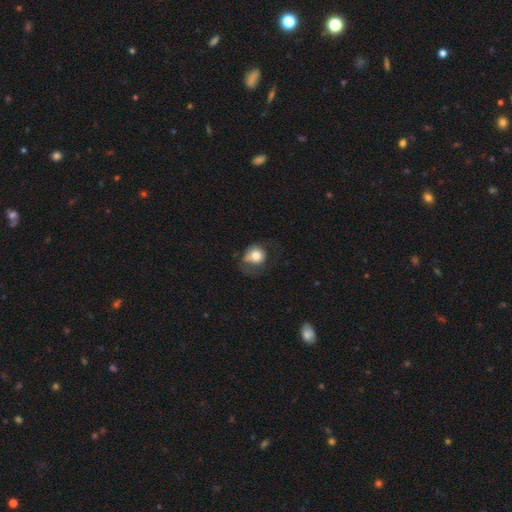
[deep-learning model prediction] This appears to be a smooth galaxy with no disk features (74%) that is round (76%). Merging: none (40%).